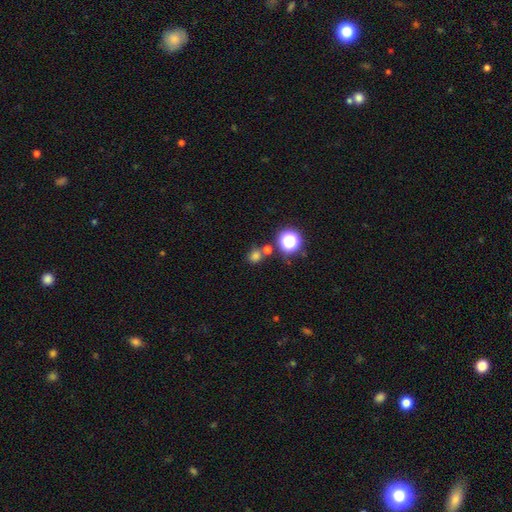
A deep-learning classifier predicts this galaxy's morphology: type=smooth (70%); roundness=round (78%); merging=none (65%).